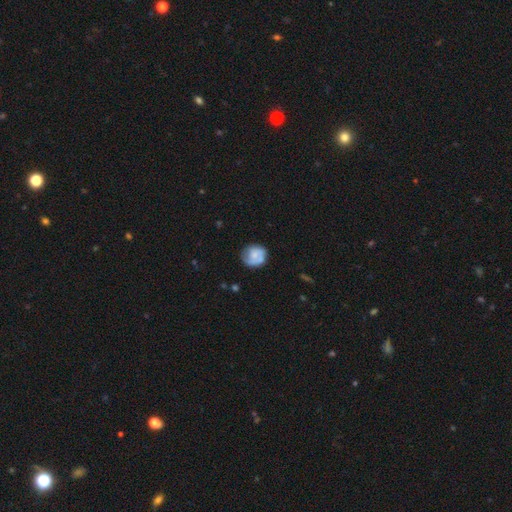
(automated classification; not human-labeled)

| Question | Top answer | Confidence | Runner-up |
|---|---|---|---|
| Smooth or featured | smooth | 49% | featured or disk (44%) |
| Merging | none | 64% | minor disturbance (24%) |